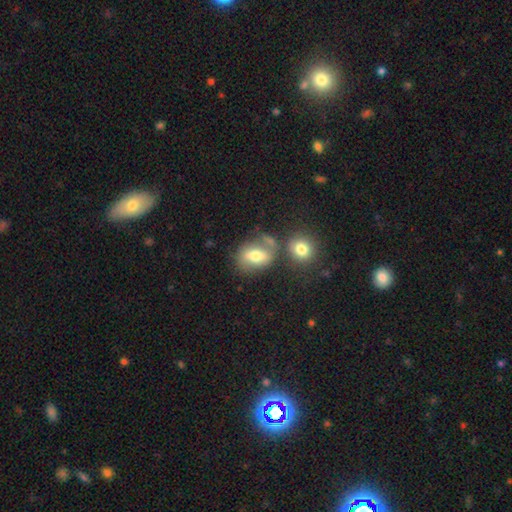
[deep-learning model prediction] A smooth galaxy with no disk features (59%) that is in between round and cigar-shaped (71%). Merging: none (47%).